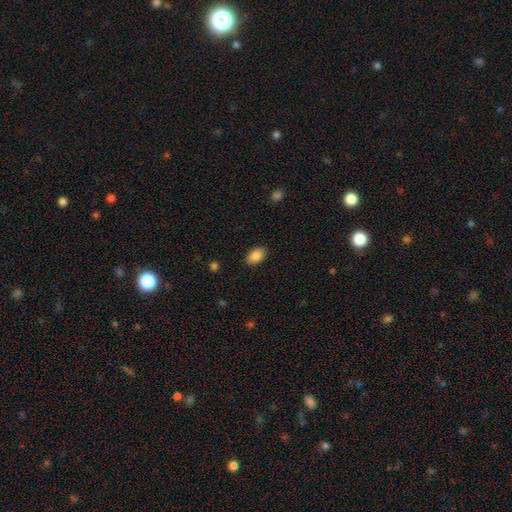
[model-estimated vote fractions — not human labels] Overall: smooth (88%). How rounded: in between (91%). Merging: none (88%).